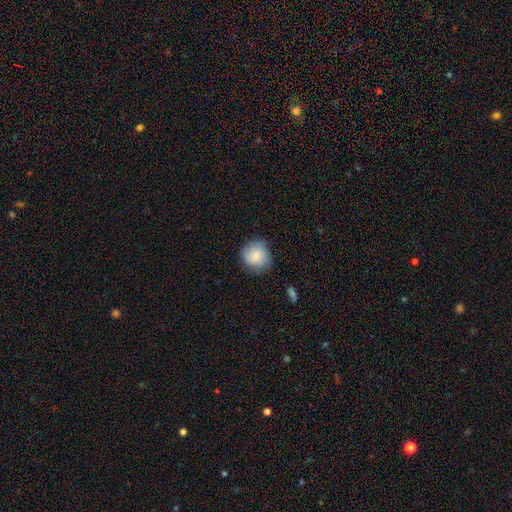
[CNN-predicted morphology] Overall: smooth (82%). How rounded: round (88%). Merging: none (76%).